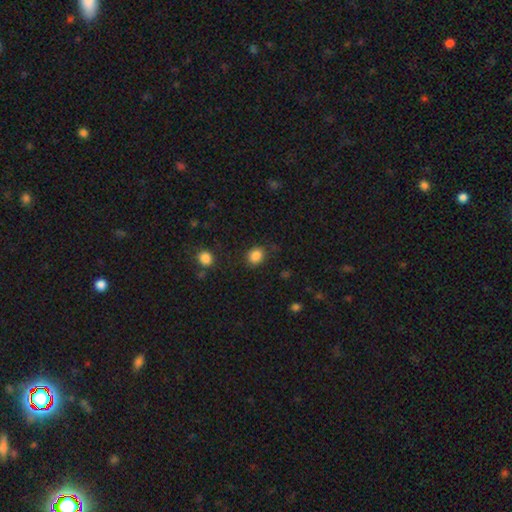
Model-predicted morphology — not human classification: smooth 86%, star or artifact 10%, featured or disk 4%. Down the decision tree: how rounded — round (56%); merging — none (83%).